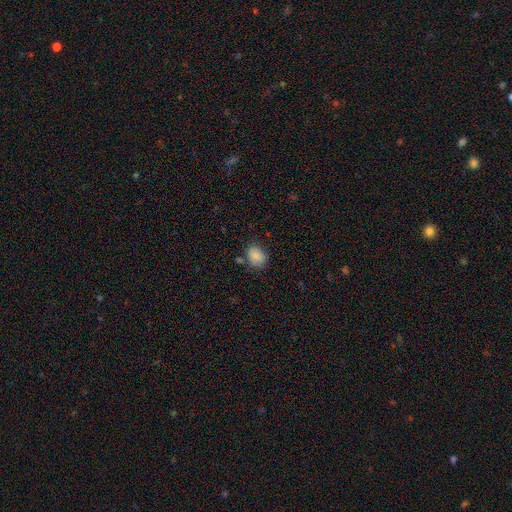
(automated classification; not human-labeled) Morphology: type=smooth (83%); roundness=in between (58%); merging=none (69%).